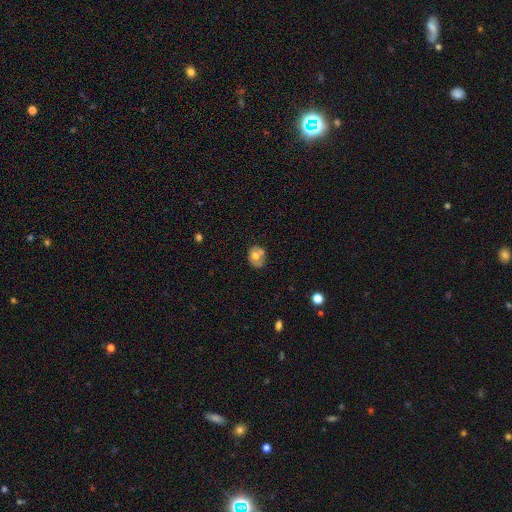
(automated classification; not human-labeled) Overall: smooth (59%; featured or disk 32%). How rounded: round (53%; in between 46%). Merging: none (53%; minor disturbance 21%).